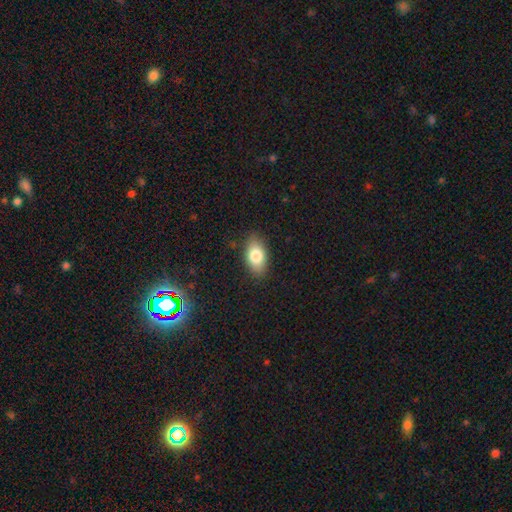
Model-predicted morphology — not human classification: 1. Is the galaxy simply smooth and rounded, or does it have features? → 80% smooth, 13% featured or disk, 7% star or artifact.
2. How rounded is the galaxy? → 90% in between, 6% round, 3% cigar-shaped.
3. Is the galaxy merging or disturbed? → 85% none, 11% minor disturbance, 3% major disturbance, 1% merger.